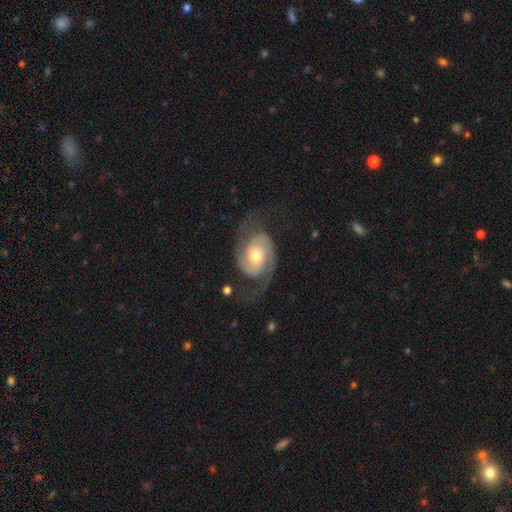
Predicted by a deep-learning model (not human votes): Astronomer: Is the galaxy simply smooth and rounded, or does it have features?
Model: featured or disk — 86%.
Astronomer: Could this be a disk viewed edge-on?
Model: no — 97%.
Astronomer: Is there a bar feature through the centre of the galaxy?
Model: no — 64%.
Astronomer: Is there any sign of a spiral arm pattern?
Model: yes — 97%.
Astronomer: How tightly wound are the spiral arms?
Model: medium — 47% (runner-up: tight, 33%).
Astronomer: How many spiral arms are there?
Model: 2 — 90%.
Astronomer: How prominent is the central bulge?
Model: moderate — 64%.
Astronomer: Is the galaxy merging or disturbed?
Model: none — 69%.